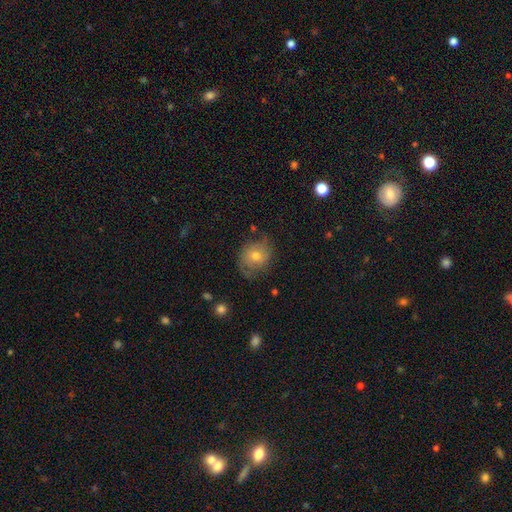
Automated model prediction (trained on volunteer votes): smooth-or-featured: smooth: 50% | featured or disk: 41% | star or artifact: 9%
  how-rounded: round: 67% | in between: 32% | cigar-shaped: 1%
  merging: none: 59% | minor disturbance: 26% | major disturbance: 13% | merger: 2%